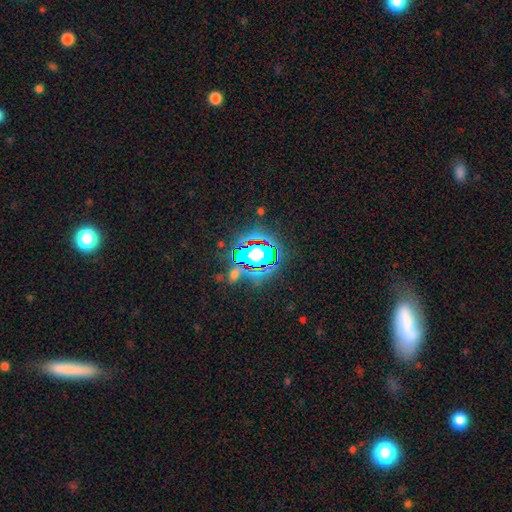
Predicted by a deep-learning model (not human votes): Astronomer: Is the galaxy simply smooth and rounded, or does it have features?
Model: star or artifact — 61%.